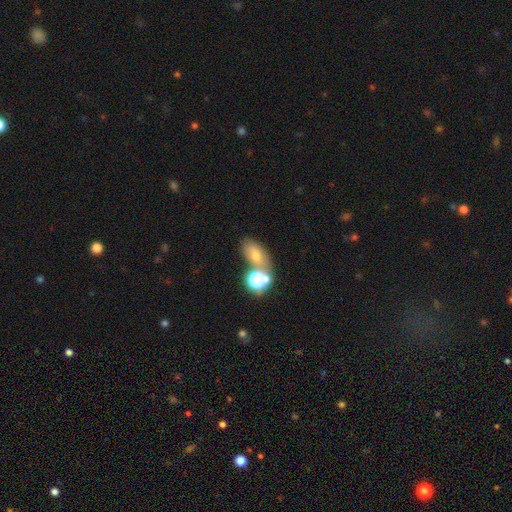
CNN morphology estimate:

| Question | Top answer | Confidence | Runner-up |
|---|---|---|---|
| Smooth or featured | smooth | 60% | star or artifact (23%) |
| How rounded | in between | 77% | round (19%) |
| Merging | none | 57% | merger (25%) |